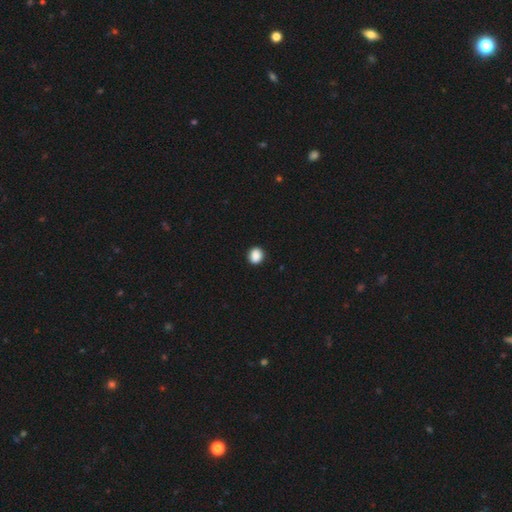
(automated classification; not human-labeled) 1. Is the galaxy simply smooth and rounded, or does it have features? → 88% smooth, 9% star or artifact, 3% featured or disk.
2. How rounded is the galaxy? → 75% round, 24% in between, 1% cigar-shaped.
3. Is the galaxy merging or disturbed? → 90% none, 7% minor disturbance, 2% major disturbance, 1% merger.